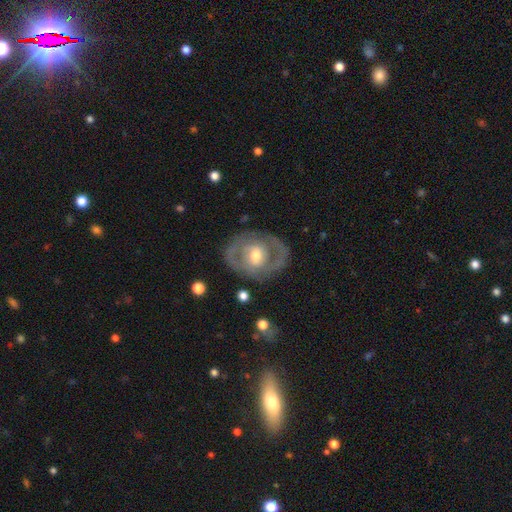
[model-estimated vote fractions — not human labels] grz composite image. It shows a featured or disk galaxy (74%) with no bar (48%), spiral arms (63%) and a moderate central bulge (71%). Merging: none (75%).